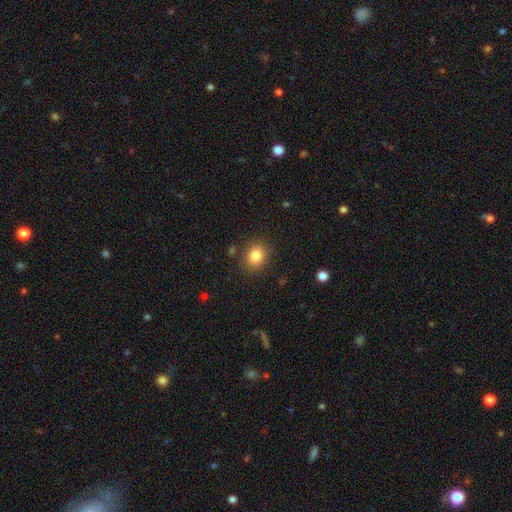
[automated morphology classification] A smooth galaxy with no disk features (83%) that is round (69%). Merging: none (86%).